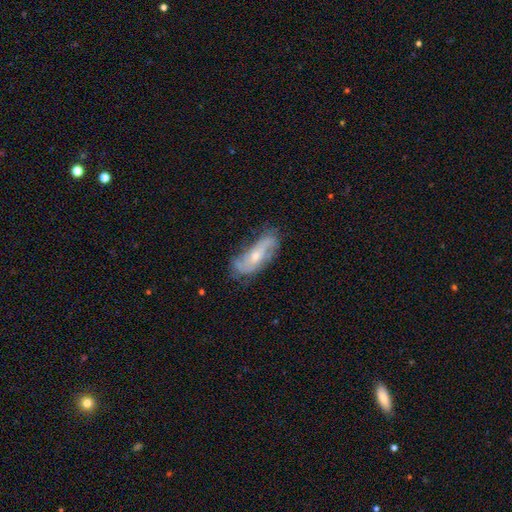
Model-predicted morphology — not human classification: This is likely a featured or disk galaxy (68%). It is clearly not viewed edge-on (86%). Bar: possibly no (60%). Spiral arm pattern: clearly yes (84%). Central bulge: possibly small (48%). Merging: likely none (61%).